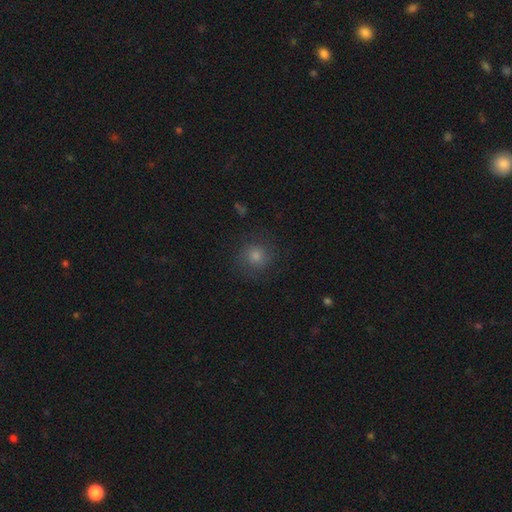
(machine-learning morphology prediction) Smooth or featured? smooth (48%)
Merging? none (81%)